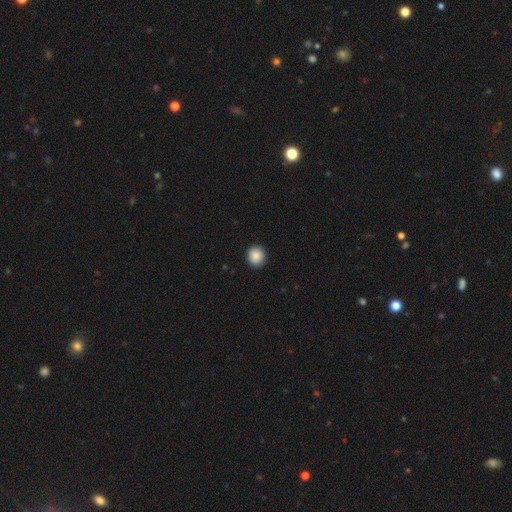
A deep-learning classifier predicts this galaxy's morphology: Smooth or featured? Predicted: smooth (p=0.89). How rounded? Predicted: round (p=0.88). Merging? Predicted: none (p=0.92).